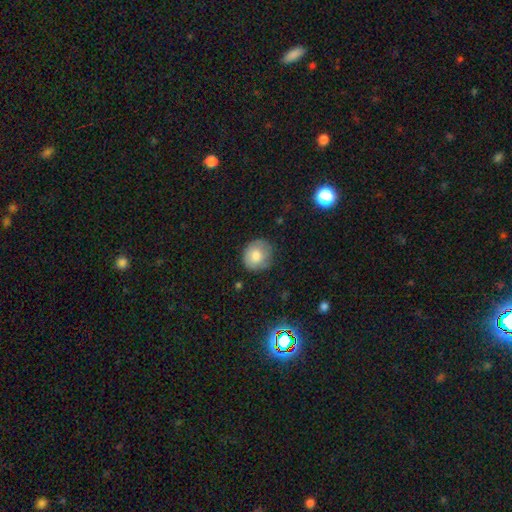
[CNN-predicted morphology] Smooth or featured? Predicted: smooth (p=0.75). How rounded? Predicted: round (p=0.79). Merging? Predicted: none (p=0.74).